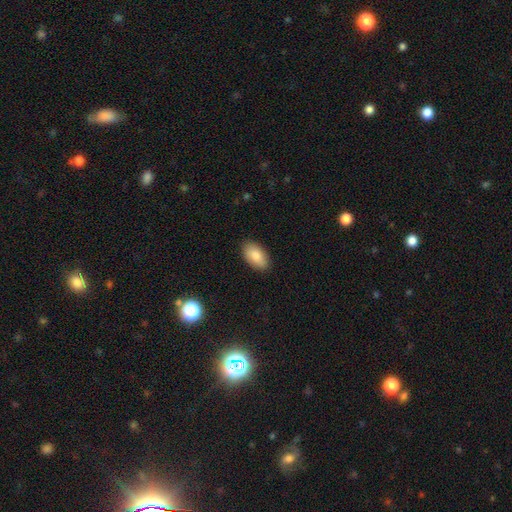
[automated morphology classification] A smooth galaxy with no disk features (86%) that is in between round and cigar-shaped (94%). Merging: none (88%).